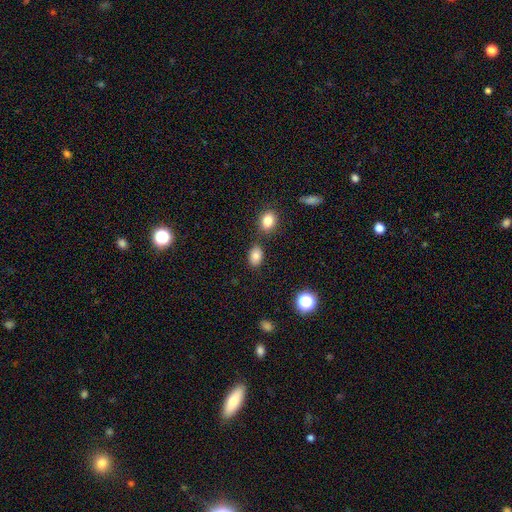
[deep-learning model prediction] Q: Smooth or featured?
A: smooth (81%); runner-up: star or artifact (11%)
Q: How rounded?
A: in between (82%); runner-up: round (16%)
Q: Merging?
A: none (77%); runner-up: minor disturbance (11%)